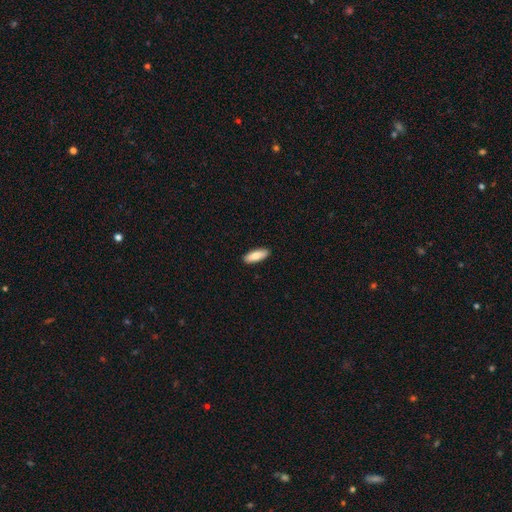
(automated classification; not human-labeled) Overall: smooth (83%). How rounded: in between (69%; cigar-shaped 30%). Merging: none (90%).